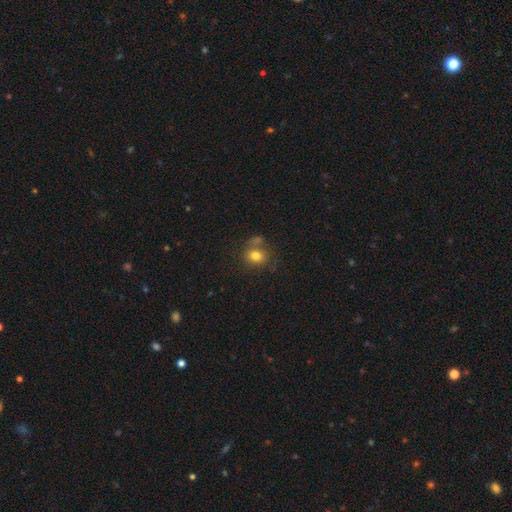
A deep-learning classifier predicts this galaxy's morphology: Overall: smooth (78%). How rounded: round (66%; in between 33%). Merging: none (55%; merger 22%).